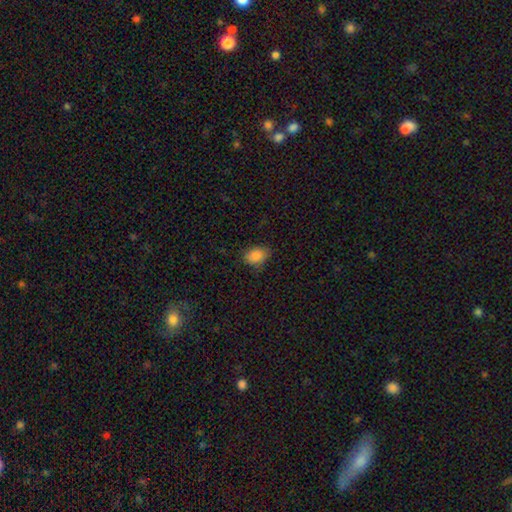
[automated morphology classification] A smooth galaxy with no disk features (86%) that is in between round and cigar-shaped (80%).

Vote fractions:
- Smooth or featured? smooth: 86% / star or artifact: 9% / featured or disk: 5%
- How rounded? in between: 80% / round: 18% / cigar-shaped: 1%
- Merging? none: 77% / minor disturbance: 18% / major disturbance: 3% / merger: 1%